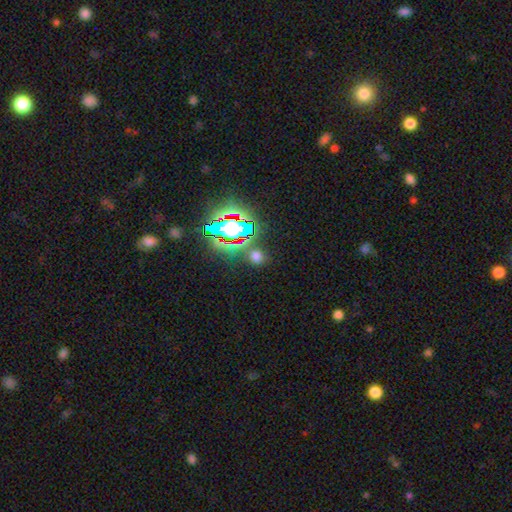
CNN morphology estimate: The model was most divided on "smooth or featured": smooth: 56%, star or artifact: 37%, featured or disk: 7%. More confident: how rounded — round (80%); merging — none (79%).